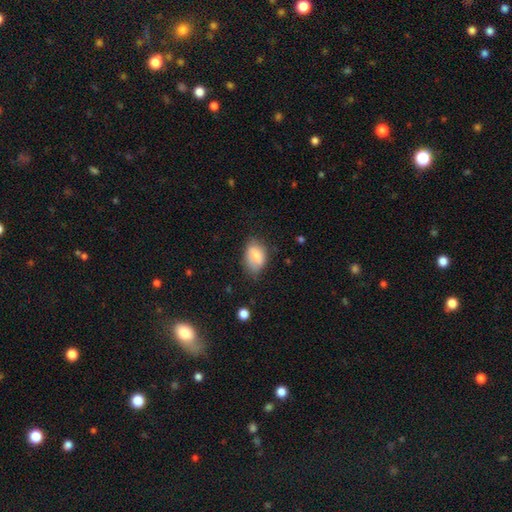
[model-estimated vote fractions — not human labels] smooth-or-featured: smooth: 72% | featured or disk: 21% | star or artifact: 7%
  how-rounded: in between: 85% | round: 13% | cigar-shaped: 2%
  merging: none: 60% | minor disturbance: 31% | major disturbance: 7% | merger: 2%